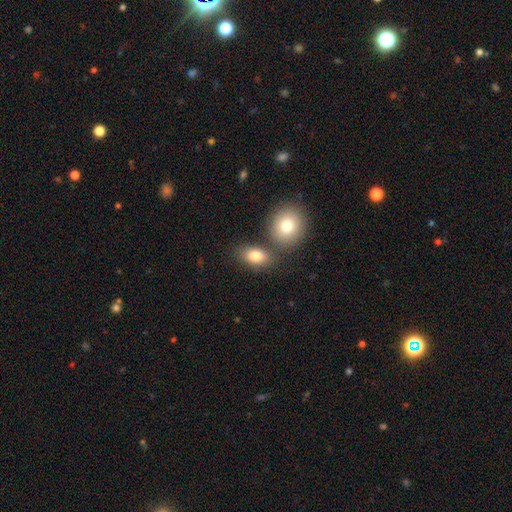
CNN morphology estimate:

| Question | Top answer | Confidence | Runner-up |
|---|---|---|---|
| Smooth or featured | smooth | 82% | featured or disk (10%) |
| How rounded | in between | 82% | round (16%) |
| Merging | none | 62% | merger (23%) |